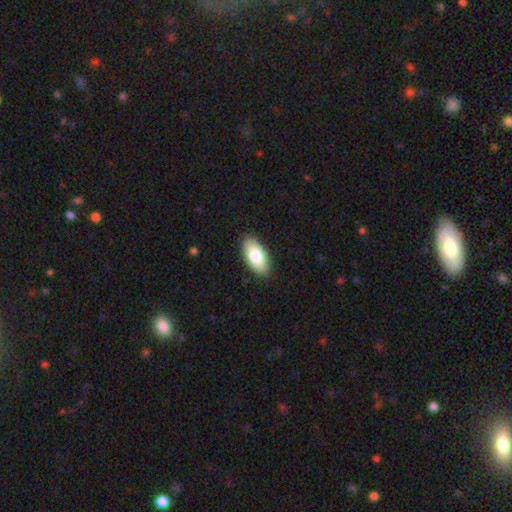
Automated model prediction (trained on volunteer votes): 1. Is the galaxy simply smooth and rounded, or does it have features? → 82% smooth, 13% featured or disk, 6% star or artifact.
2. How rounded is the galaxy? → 93% in between, 4% cigar-shaped, 2% round.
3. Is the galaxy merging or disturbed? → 88% none, 9% minor disturbance, 2% major disturbance, 1% merger.